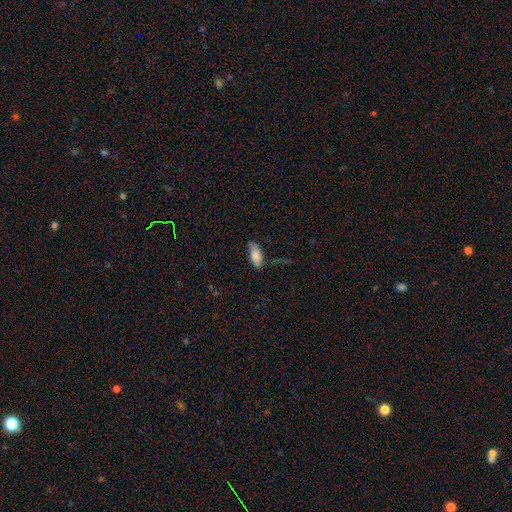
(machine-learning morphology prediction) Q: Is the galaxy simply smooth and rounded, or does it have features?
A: smooth — 78%.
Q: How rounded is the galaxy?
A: in between — 83%.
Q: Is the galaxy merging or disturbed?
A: none — 54%.